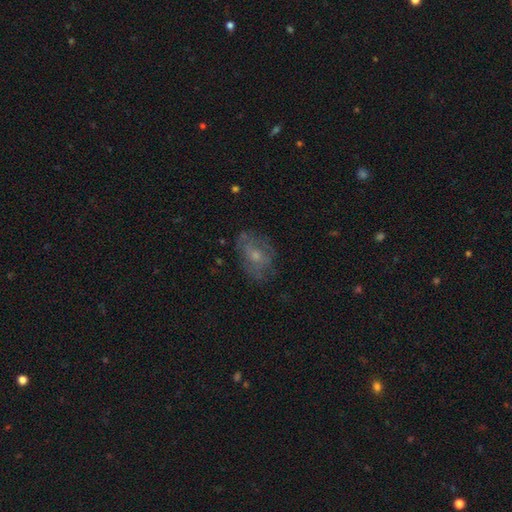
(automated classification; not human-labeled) Smooth or featured? Predicted: featured or disk (p=0.51). Edge-on disk? Predicted: no (p=0.95). Merging? Predicted: none (p=0.62).